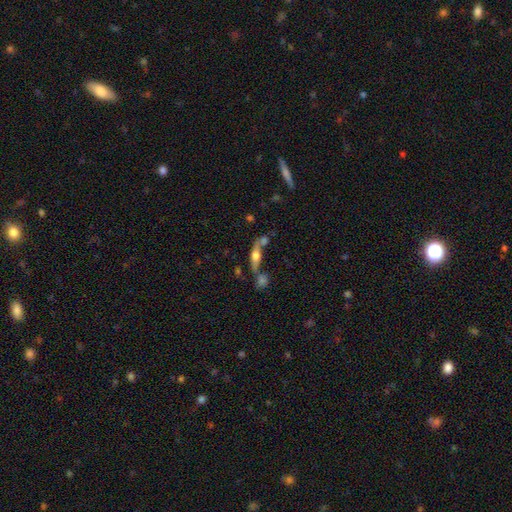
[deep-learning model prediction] A featured or disk galaxy (53%) viewed edge-on (82%). Merging: none (49%).